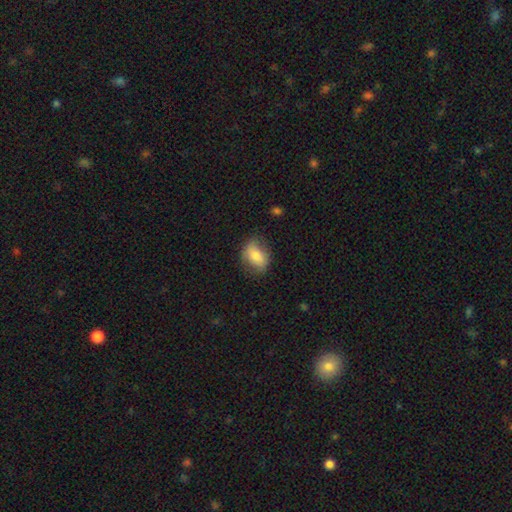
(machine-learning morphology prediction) type=smooth (69%); roundness=in between (72%); merging=none (74%).